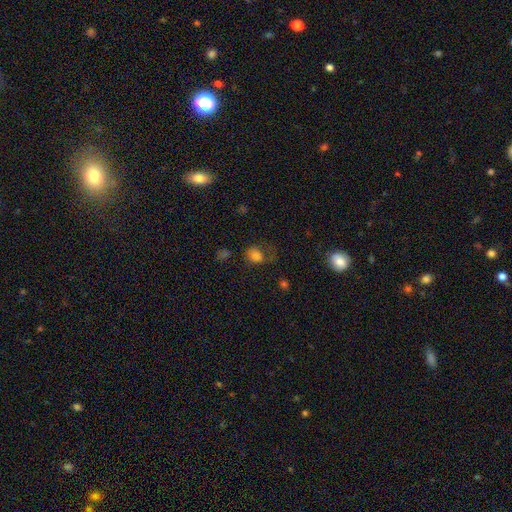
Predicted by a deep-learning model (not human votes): A smooth galaxy with no disk features (75%) that is in between round and cigar-shaped (52%). Merging: none (40%).